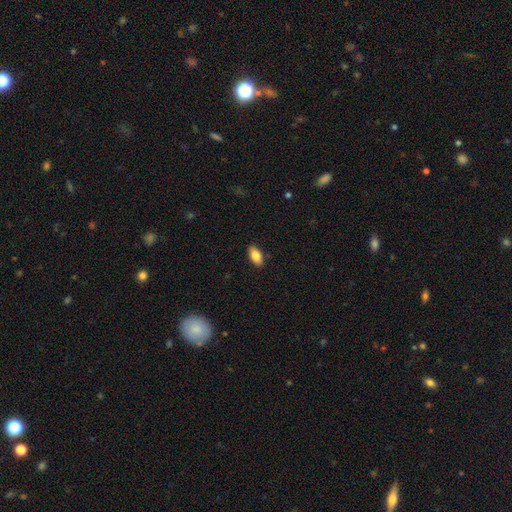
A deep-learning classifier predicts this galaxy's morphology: This is clearly a smooth galaxy (83%). How rounded: clearly in between (91%). Merging: clearly none (89%).